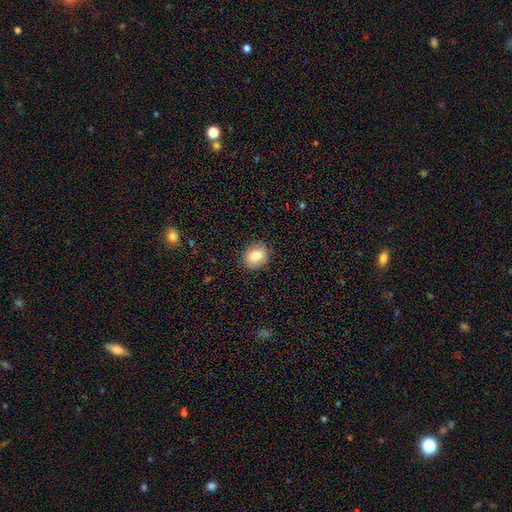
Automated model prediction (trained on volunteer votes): Morphology: type=smooth (82%); roundness=round (63%); merging=none (87%).